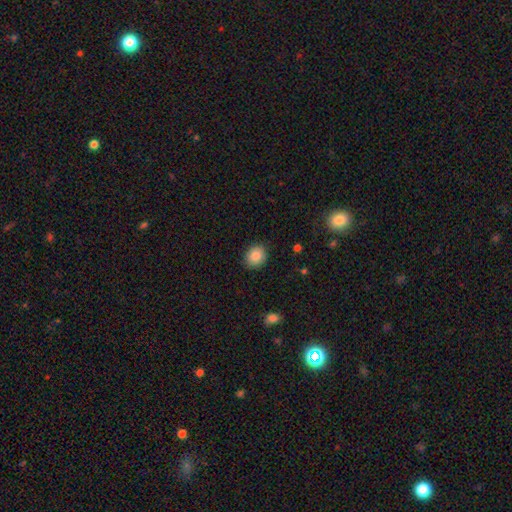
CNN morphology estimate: smooth 87%, star or artifact 9%, featured or disk 5%. Down the decision tree: how rounded — round (70%); merging — none (88%).